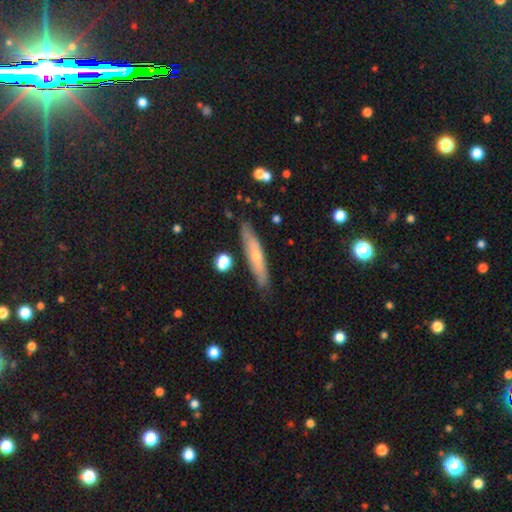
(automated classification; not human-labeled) A smooth galaxy with no disk features (51%) that is cigar-shaped (89%).

Vote fractions:
- Smooth or featured? smooth: 51% / featured or disk: 43% / star or artifact: 7%
- How rounded? cigar-shaped: 89% / in between: 9% / round: 2%
- Merging? none: 85% / minor disturbance: 11% / major disturbance: 2% / merger: 2%